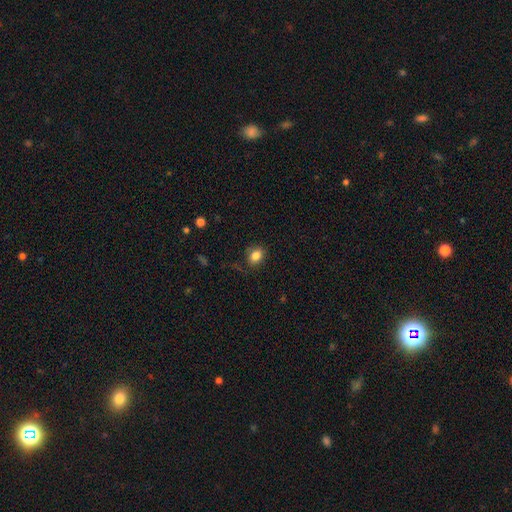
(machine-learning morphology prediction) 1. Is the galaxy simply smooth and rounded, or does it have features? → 84% smooth, 10% star or artifact, 6% featured or disk.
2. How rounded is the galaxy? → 53% in between, 46% round, 1% cigar-shaped.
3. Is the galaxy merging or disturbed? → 79% none, 15% minor disturbance, 4% major disturbance, 1% merger.